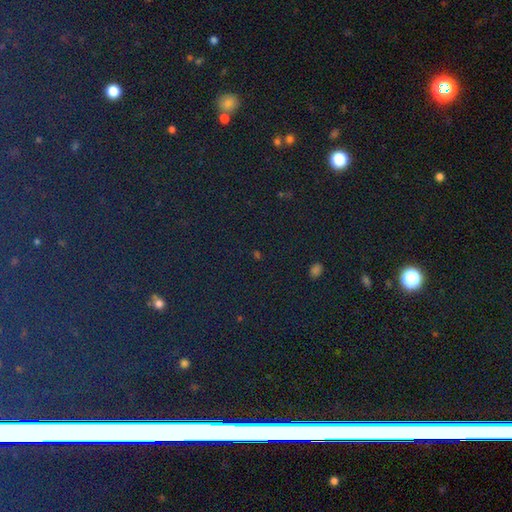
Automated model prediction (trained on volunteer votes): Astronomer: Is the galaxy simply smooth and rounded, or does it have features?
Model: star or artifact — 82%.